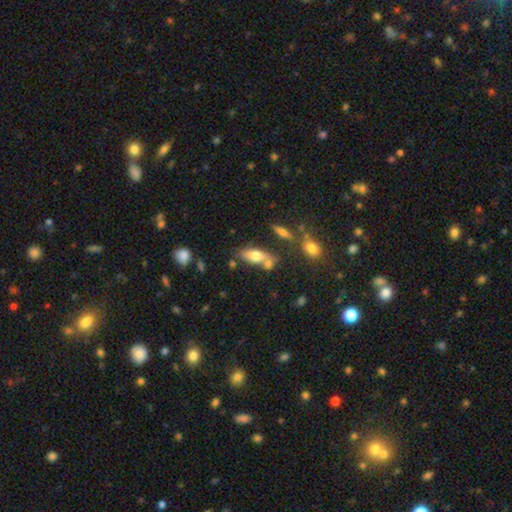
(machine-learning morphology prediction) The model was most divided on "merging": none: 50%, merger: 28%, minor disturbance: 16%, major disturbance: 6%. More confident: how rounded — in between (75%); smooth or featured — smooth (70%).